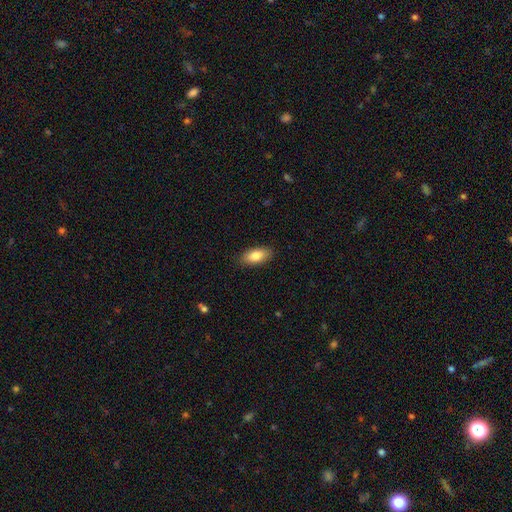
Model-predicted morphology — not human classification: A smooth galaxy with no disk features (84%) that is in between round and cigar-shaped (89%).

Vote fractions:
- Smooth or featured? smooth: 84% / featured or disk: 10% / star or artifact: 7%
- How rounded? in between: 89% / cigar-shaped: 8% / round: 3%
- Merging? none: 88% / minor disturbance: 9% / major disturbance: 2% / merger: 1%